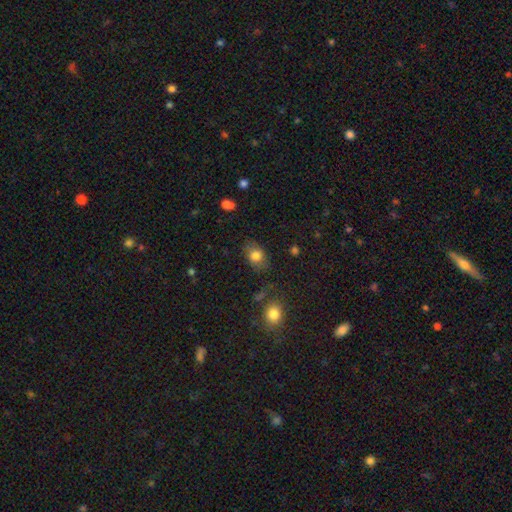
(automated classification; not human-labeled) Smooth or featured? smooth (79%)
How rounded? in between (69%)
Merging? none (74%)